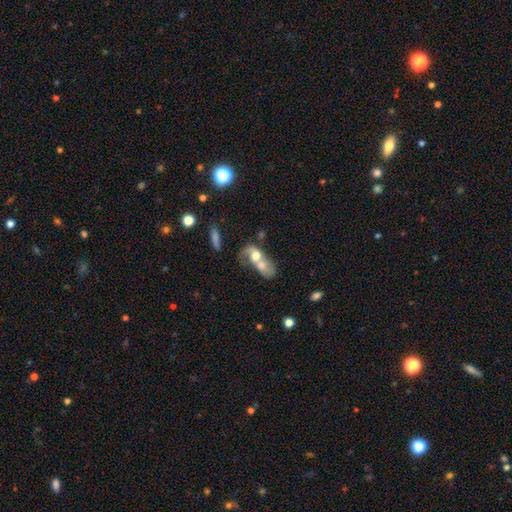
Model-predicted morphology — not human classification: smooth_or_featured: smooth (p=0.49) [alt: featured or disk p=0.43]
merging: merger (p=0.78) [alt: major disturbance p=0.10]